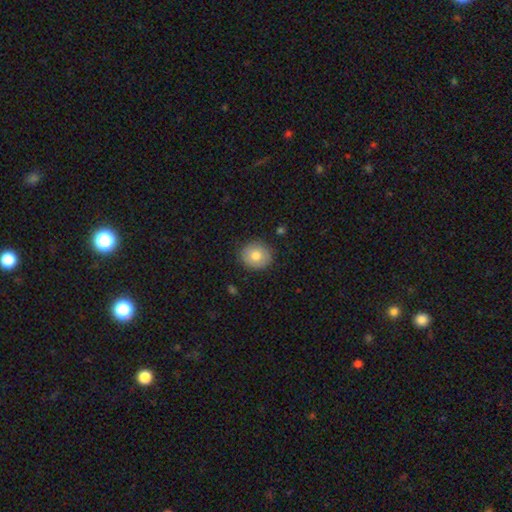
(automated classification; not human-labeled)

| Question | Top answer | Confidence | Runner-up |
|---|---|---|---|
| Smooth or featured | smooth | 76% | featured or disk (16%) |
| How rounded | round | 87% | in between (12%) |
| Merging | none | 88% | minor disturbance (9%) |